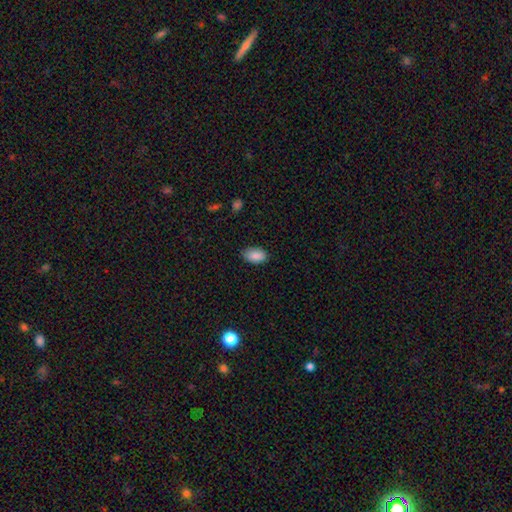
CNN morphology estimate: smooth 88%, star or artifact 8%, featured or disk 4%. Down the decision tree: how rounded — in between (93%); merging — none (82%).